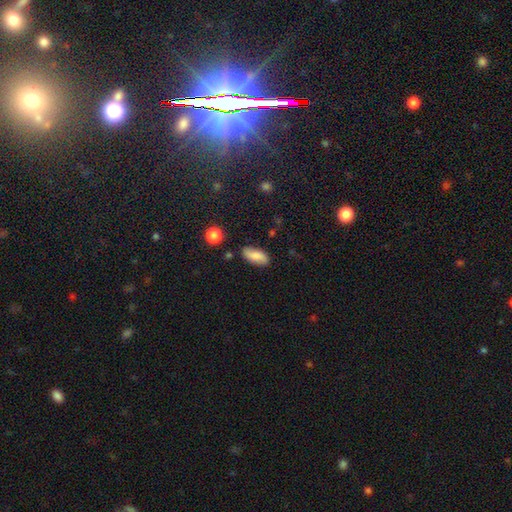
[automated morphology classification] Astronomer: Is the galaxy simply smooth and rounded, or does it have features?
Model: smooth — 80%.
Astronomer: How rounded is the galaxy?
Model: in between — 88%.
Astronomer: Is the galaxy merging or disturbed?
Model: none — 82%.